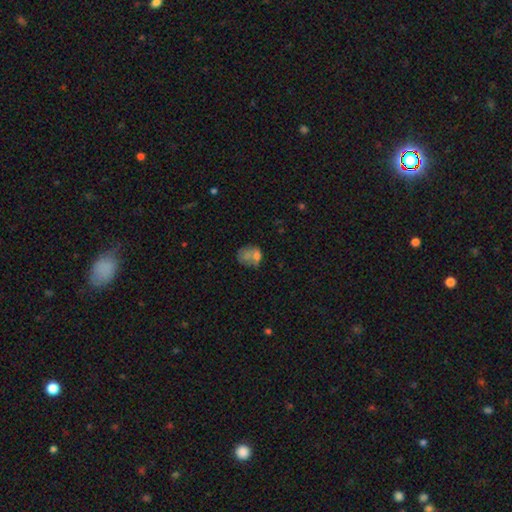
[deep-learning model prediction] A smooth galaxy with no disk features (62%) that is in between round and cigar-shaped (51%).

Vote fractions:
- Smooth or featured? smooth: 62% / featured or disk: 25% / star or artifact: 13%
- How rounded? in between: 51% / round: 48% / cigar-shaped: 1%
- Merging? none: 31% / major disturbance: 26% / minor disturbance: 23% / merger: 19%